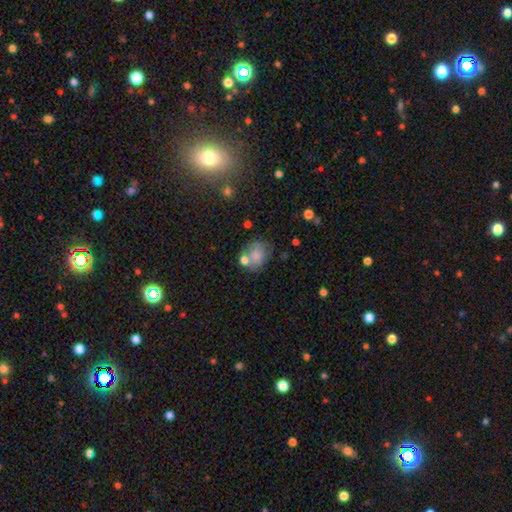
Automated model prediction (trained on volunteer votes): This is likely a smooth galaxy (77%). How rounded: possibly round (54%). Merging: possibly none (53%).